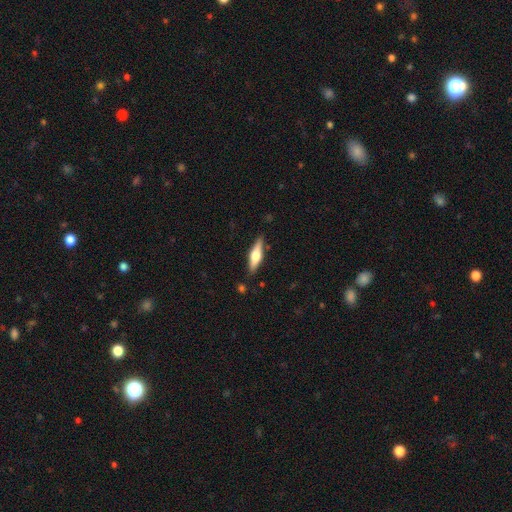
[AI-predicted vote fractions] Smooth or featured? Predicted: featured or disk (p=0.54). Edge-on disk? Predicted: yes (p=0.95). Edge-on bulge? Predicted: rounded (p=0.90). Merging? Predicted: none (p=0.85).